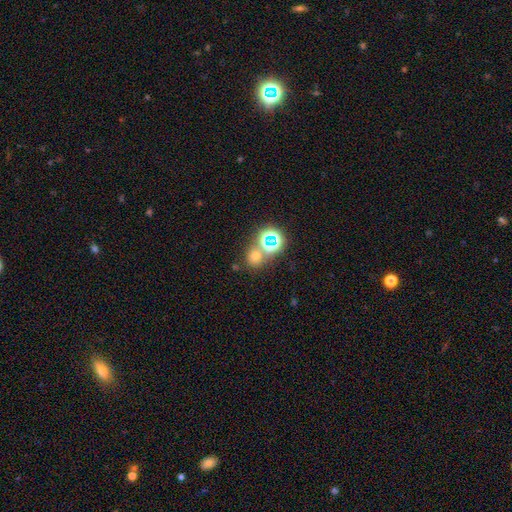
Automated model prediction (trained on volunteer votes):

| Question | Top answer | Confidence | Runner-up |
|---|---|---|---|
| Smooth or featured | smooth | 54% | star or artifact (38%) |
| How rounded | round | 83% | in between (16%) |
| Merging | none | 64% | merger (25%) |